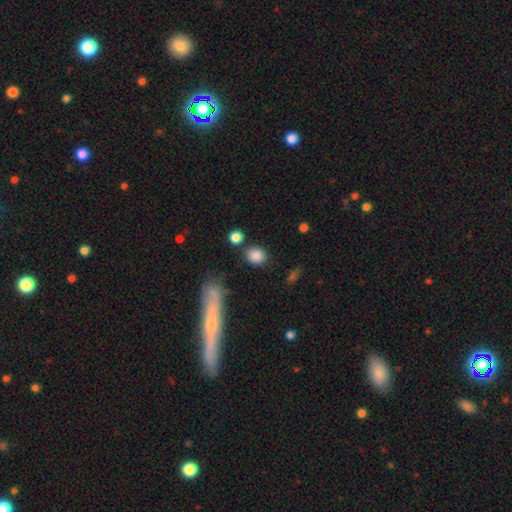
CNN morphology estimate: smooth-or-featured: smooth: 86% | star or artifact: 9% | featured or disk: 5%
  how-rounded: round: 59% | in between: 38% | cigar-shaped: 2%
  merging: none: 76% | minor disturbance: 11% | merger: 8% | major disturbance: 4%